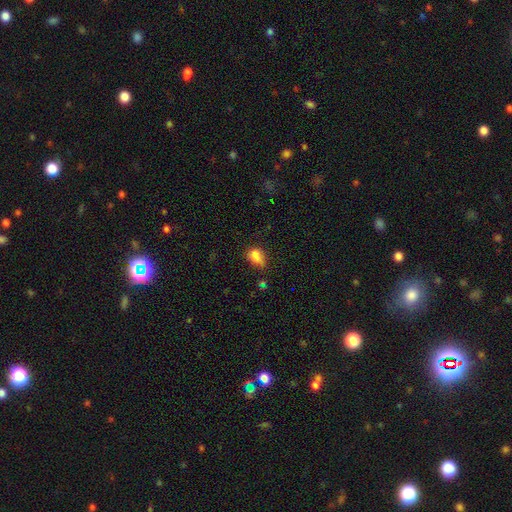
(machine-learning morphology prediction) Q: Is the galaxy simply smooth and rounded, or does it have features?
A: smooth — 80%.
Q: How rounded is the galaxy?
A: in between — 73%.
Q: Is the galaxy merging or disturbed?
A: none — 44%.